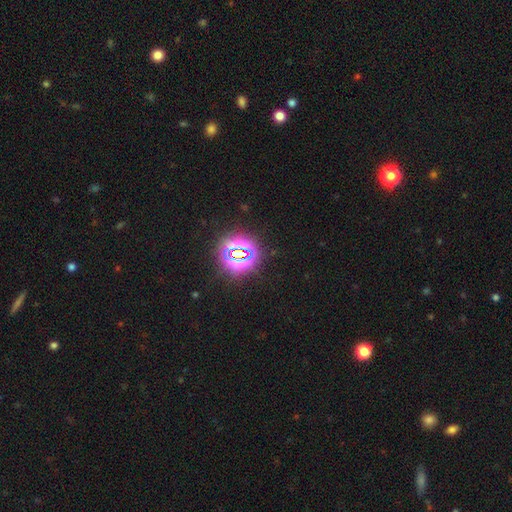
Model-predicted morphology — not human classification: Smooth or featured?
  - star or artifact: 74% *
  - smooth: 19%
  - featured or disk: 7%